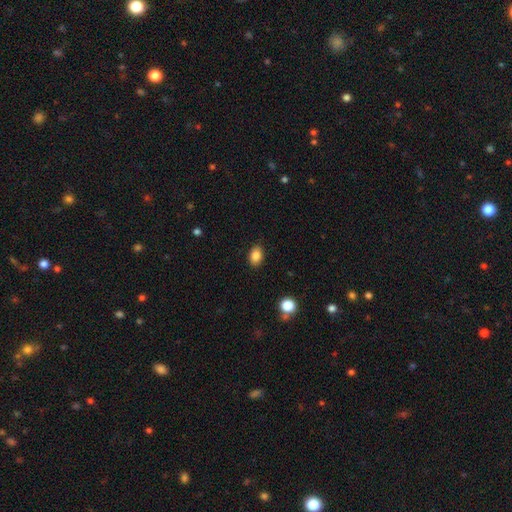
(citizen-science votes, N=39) This is clearly a smooth galaxy (85%). How rounded: likely in between (70%). Merging: clearly none (91%).